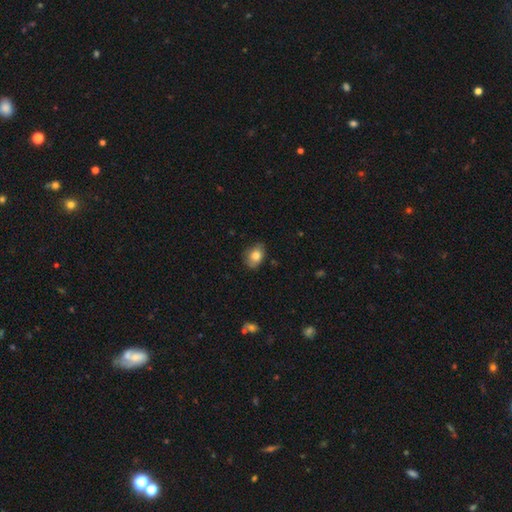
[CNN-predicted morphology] A smooth galaxy with no disk features (80%) that is in between round and cigar-shaped (78%). Merging: none (73%).